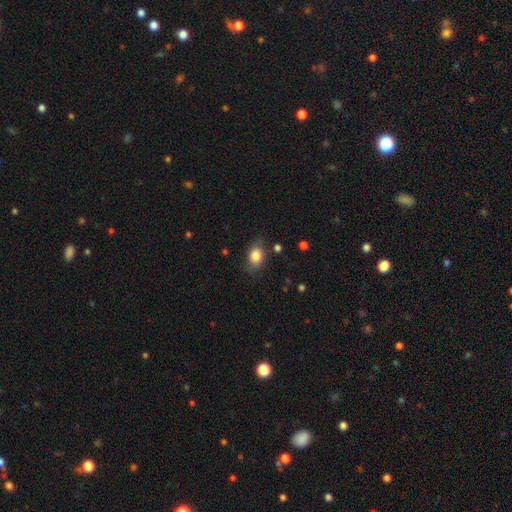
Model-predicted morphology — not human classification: smooth-or-featured: smooth: 82% | featured or disk: 10% | star or artifact: 8%
  how-rounded: in between: 77% | round: 21% | cigar-shaped: 2%
  merging: none: 75% | minor disturbance: 19% | major disturbance: 5% | merger: 2%